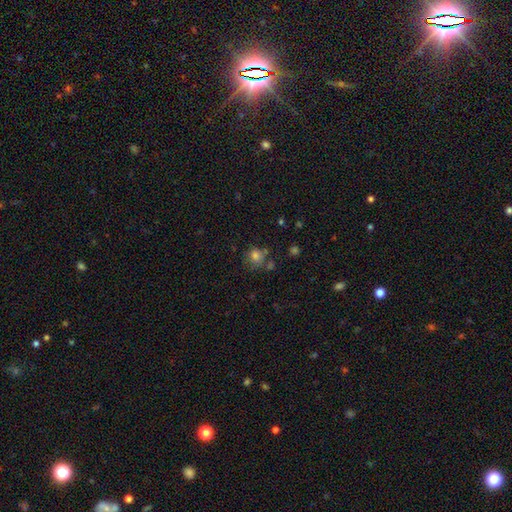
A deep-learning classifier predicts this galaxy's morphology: This appears to be a smooth galaxy with no disk features (77%) that is round (82%). Merging: none (62%).